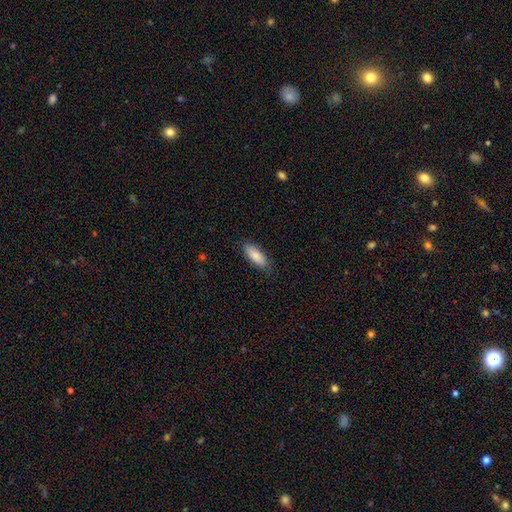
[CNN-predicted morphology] Smooth or featured? smooth (85%)
How rounded? in between (79%)
Merging? none (83%)